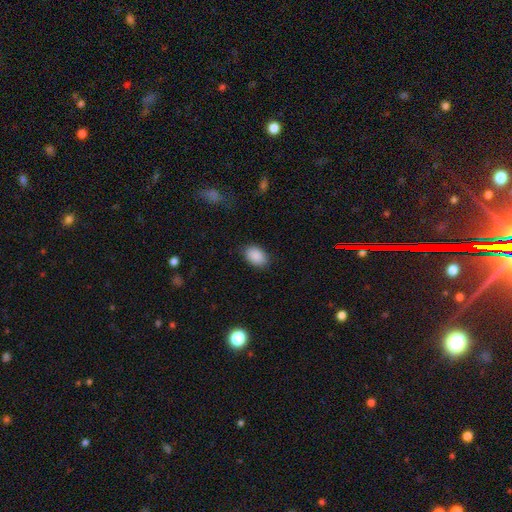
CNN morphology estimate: type=smooth (89%); roundness=in between (84%); merging=none (85%).